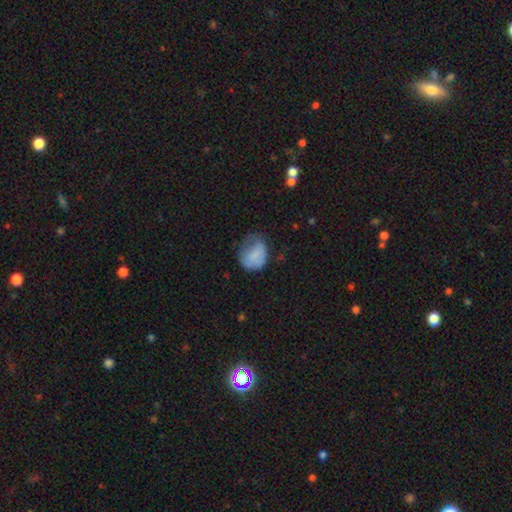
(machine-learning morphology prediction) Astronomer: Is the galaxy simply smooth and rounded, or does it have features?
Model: smooth — 77%.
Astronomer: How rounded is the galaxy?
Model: round — 53% (runner-up: in between, 46%).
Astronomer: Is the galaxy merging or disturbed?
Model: minor disturbance — 37% (runner-up: none, 34%).